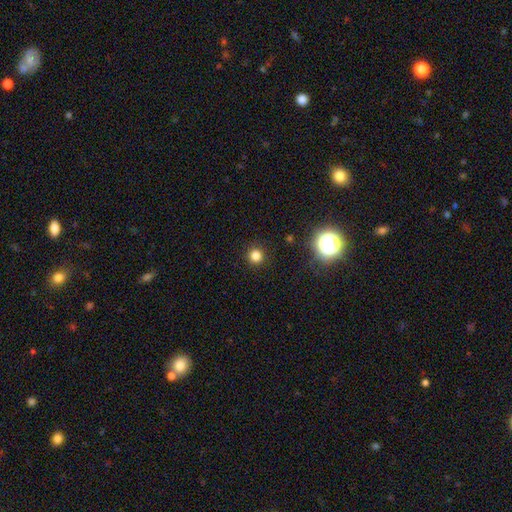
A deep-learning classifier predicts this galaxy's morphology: smooth-or-featured: smooth: 80% | star or artifact: 16% | featured or disk: 4%
  how-rounded: round: 95% | in between: 4% | cigar-shaped: 1%
  merging: none: 91% | minor disturbance: 5% | major disturbance: 2% | merger: 1%